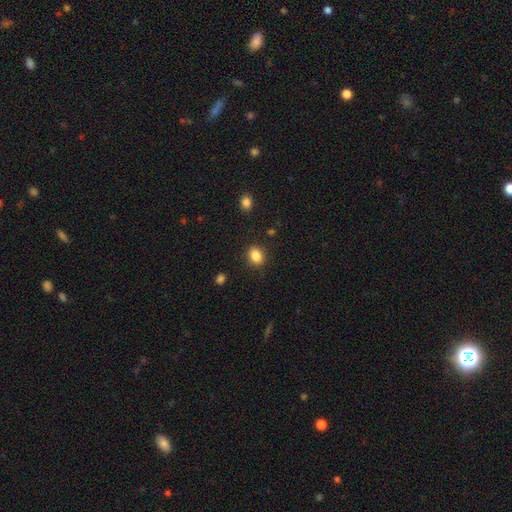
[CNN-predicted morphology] This is clearly a smooth galaxy (86%). How rounded: possibly in between (59%). Merging: clearly none (88%).